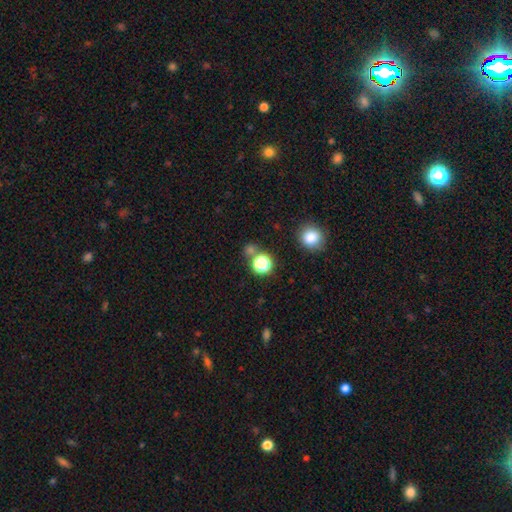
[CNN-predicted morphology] smooth-or-featured: star or artifact: 51% | smooth: 41% | featured or disk: 8%